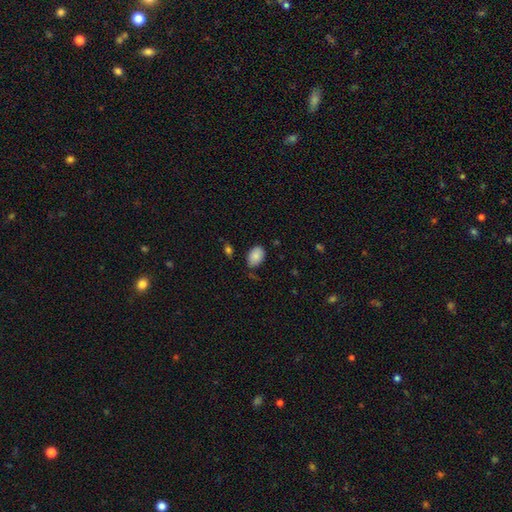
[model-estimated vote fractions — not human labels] Overall: smooth (86%). How rounded: in between (85%). Merging: none (70%).